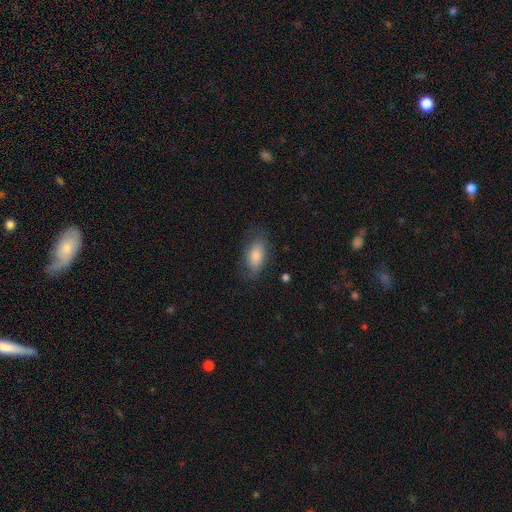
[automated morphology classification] type=smooth (76%); roundness=in between (85%); merging=none (73%).